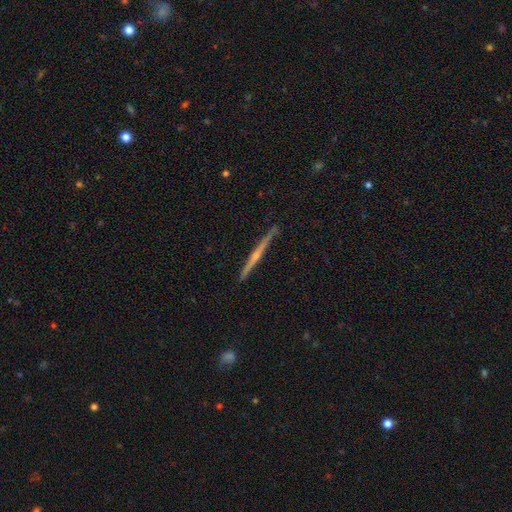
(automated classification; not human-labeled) Smooth or featured? featured or disk (77%)
Edge-on disk? yes (98%)
Edge-on bulge? rounded (74%)
Merging? none (91%)